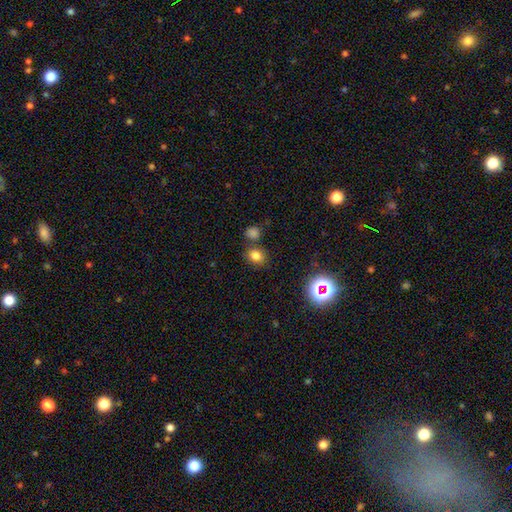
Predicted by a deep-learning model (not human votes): Smooth or featured: smooth — 76% (star or artifact — 18%)
How rounded: round — 62% (in between — 37%)
Merging: none — 73% (merger — 12%)